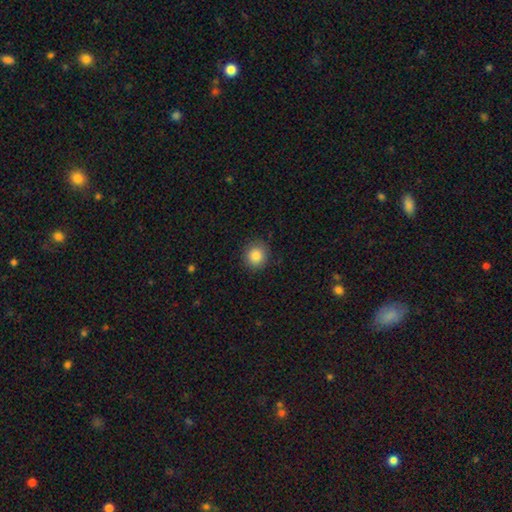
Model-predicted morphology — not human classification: This is clearly a smooth galaxy (86%). How rounded: clearly round (90%). Merging: clearly none (89%).